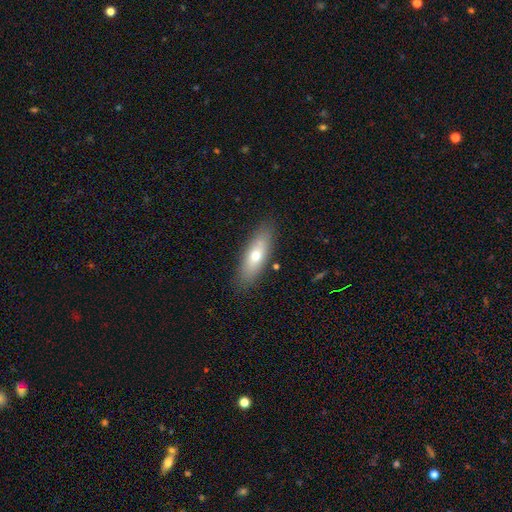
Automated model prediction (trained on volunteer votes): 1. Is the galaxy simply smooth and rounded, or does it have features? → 63% smooth, 29% featured or disk, 7% star or artifact.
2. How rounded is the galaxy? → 59% in between, 38% cigar-shaped, 3% round.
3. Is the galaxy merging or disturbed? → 85% none, 11% minor disturbance, 3% major disturbance, 2% merger.